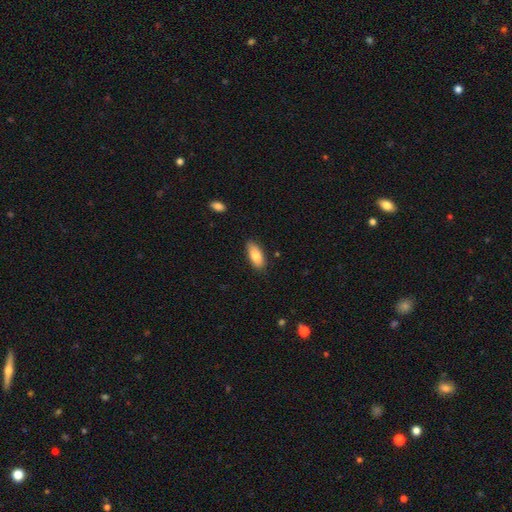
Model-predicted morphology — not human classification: A smooth galaxy with no disk features (81%) that is in between round and cigar-shaped (83%). Merging: none (83%).